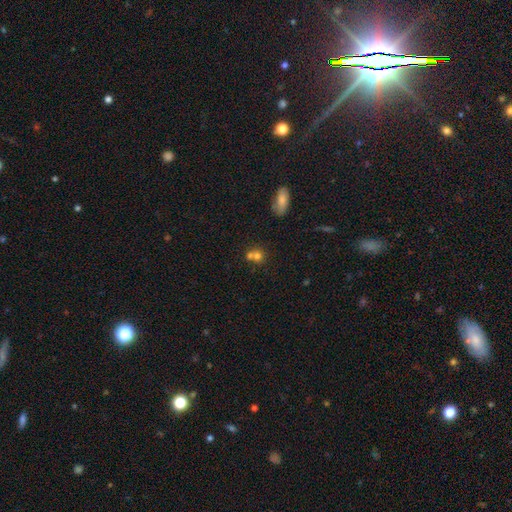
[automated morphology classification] Q: Smooth or featured?
A: smooth (71%); runner-up: featured or disk (15%)
Q: How rounded?
A: round (80%); runner-up: in between (18%)
Q: Merging?
A: merger (50%); runner-up: none (39%)